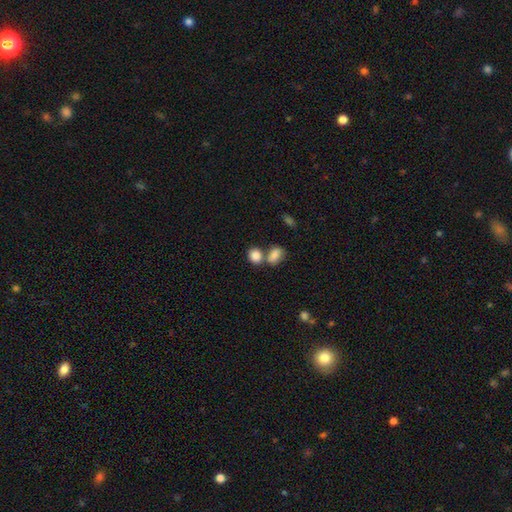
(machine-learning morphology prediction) smooth_or_featured: smooth (p=0.85) [alt: star or artifact p=0.09]
how_rounded: in between (p=0.53) [alt: round p=0.46]
merging: merger (p=0.45) [alt: none p=0.42]